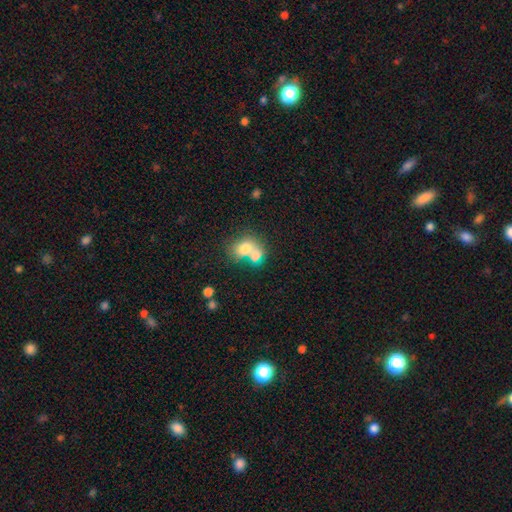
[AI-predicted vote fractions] Overall: smooth (70%). How rounded: in between (58%; round 41%). Merging: merger (63%).